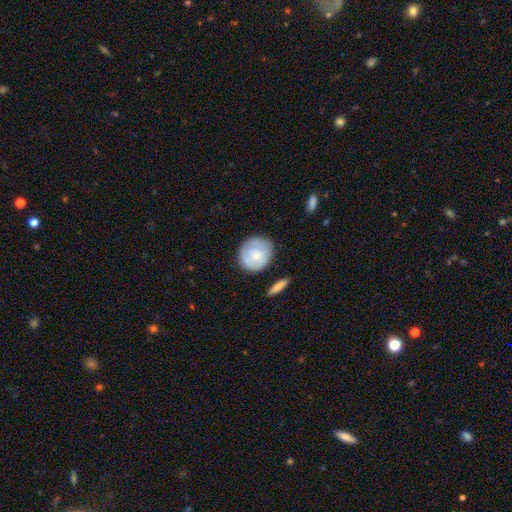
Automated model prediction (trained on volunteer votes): The model was most divided on "smooth or featured": smooth: 56%, featured or disk: 38%, star or artifact: 6%. More confident: how rounded — round (86%); merging — none (75%).